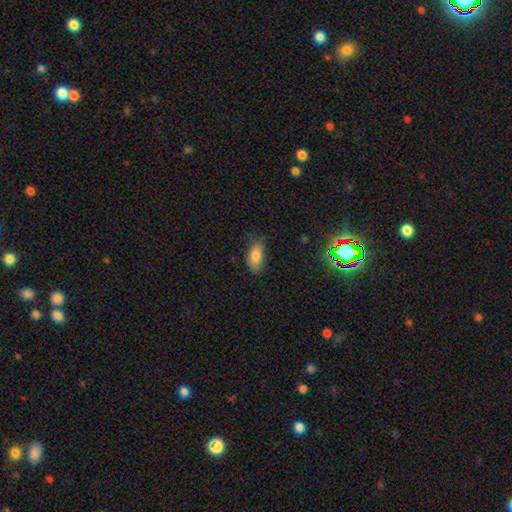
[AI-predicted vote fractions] Smooth or featured? smooth (81%)
How rounded? in between (88%)
Merging? none (77%)